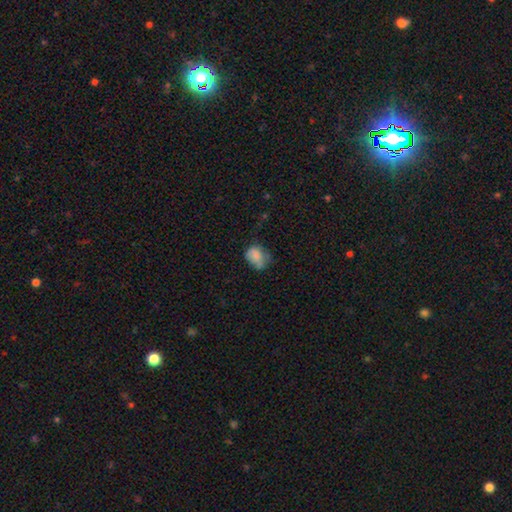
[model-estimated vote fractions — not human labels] Overall: smooth (76%). How rounded: in between (59%; round 40%). Merging: none (44%; minor disturbance 35%).